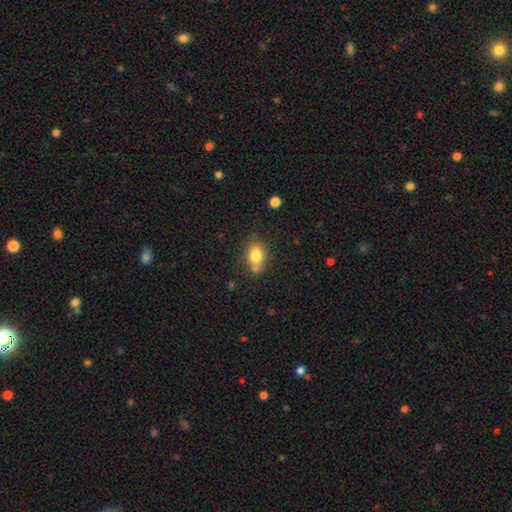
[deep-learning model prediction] A smooth galaxy with no disk features (79%) that is in between round and cigar-shaped (77%).

Vote fractions:
- Smooth or featured? smooth: 79% / featured or disk: 12% / star or artifact: 9%
- How rounded? in between: 77% / round: 21% / cigar-shaped: 3%
- Merging? none: 65% / minor disturbance: 20% / merger: 10% / major disturbance: 5%